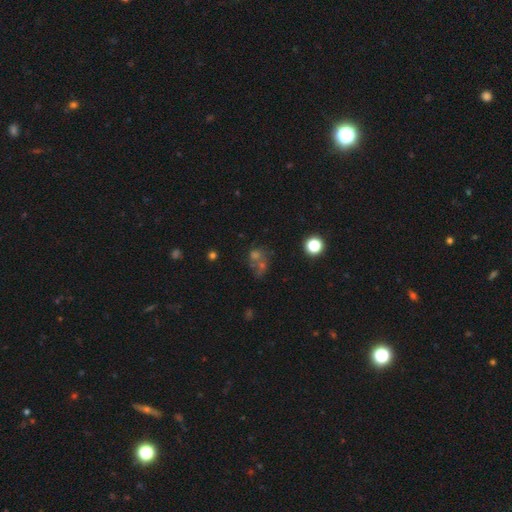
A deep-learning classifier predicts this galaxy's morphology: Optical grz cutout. It shows a smooth galaxy with no disk features (48%). Merging: merger (45%).